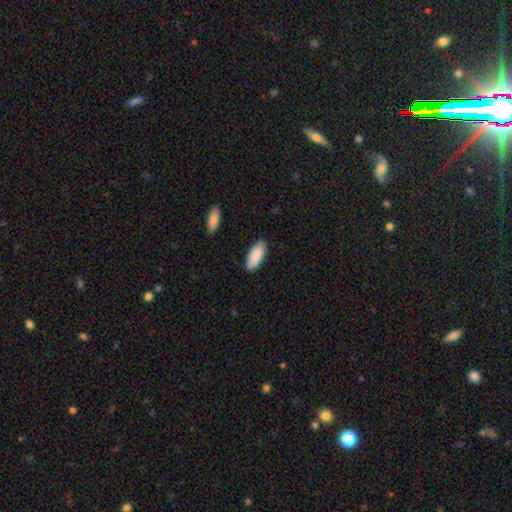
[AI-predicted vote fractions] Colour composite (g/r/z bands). It shows a smooth galaxy with no disk features (90%) that is in between round and cigar-shaped (83%). Merging: none (86%).